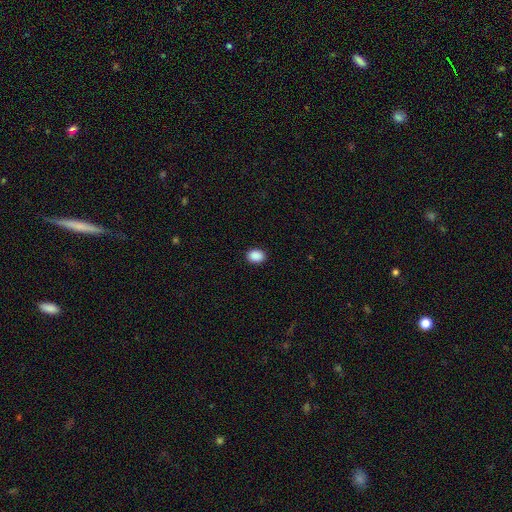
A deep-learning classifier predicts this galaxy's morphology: Overall: smooth (90%). How rounded: in between (63%; round 36%). Merging: none (90%).